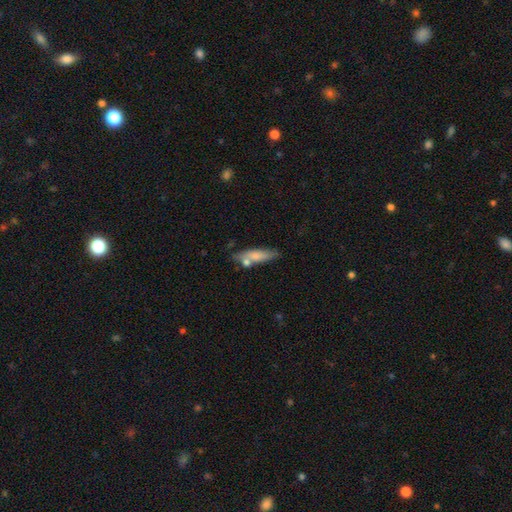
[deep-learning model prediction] A smooth galaxy with no disk features (73%) that is cigar-shaped (60%). Merging: none (62%).